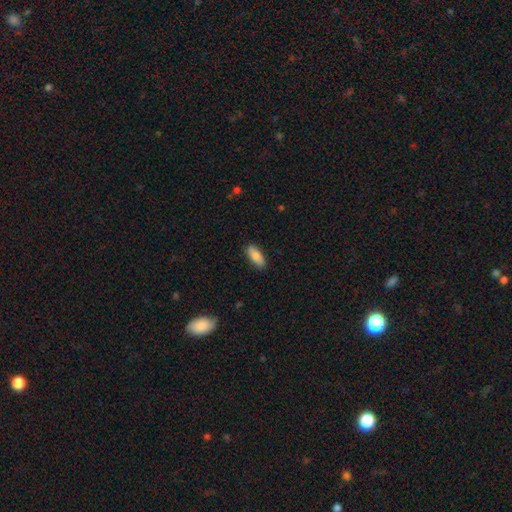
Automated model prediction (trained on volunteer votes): Smooth or featured? Predicted: smooth (p=0.82). How rounded? Predicted: in between (p=0.76). Merging? Predicted: none (p=0.85).